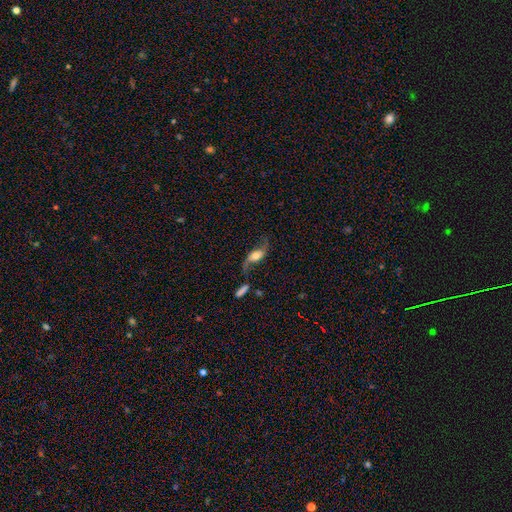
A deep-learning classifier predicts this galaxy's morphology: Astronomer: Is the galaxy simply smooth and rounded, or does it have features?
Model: featured or disk — 70%.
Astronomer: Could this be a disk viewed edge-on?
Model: no — 89%.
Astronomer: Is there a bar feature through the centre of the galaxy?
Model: no — 54% (runner-up: weak, 31%).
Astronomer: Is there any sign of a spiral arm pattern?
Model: yes — 90%.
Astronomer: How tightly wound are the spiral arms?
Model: loose — 87%.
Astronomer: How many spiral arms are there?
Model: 2 — 90%.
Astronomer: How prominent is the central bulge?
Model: moderate — 55%.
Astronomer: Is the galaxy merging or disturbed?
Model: none — 57%.